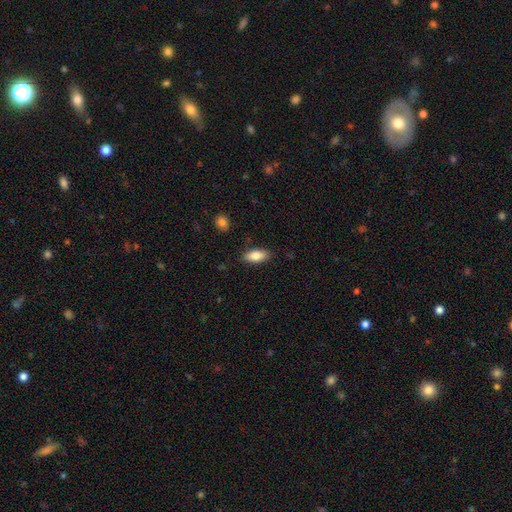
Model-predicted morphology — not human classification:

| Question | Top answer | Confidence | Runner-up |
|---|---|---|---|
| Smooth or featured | smooth | 84% | featured or disk (10%) |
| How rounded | in between | 85% | cigar-shaped (12%) |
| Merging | none | 85% | minor disturbance (11%) |